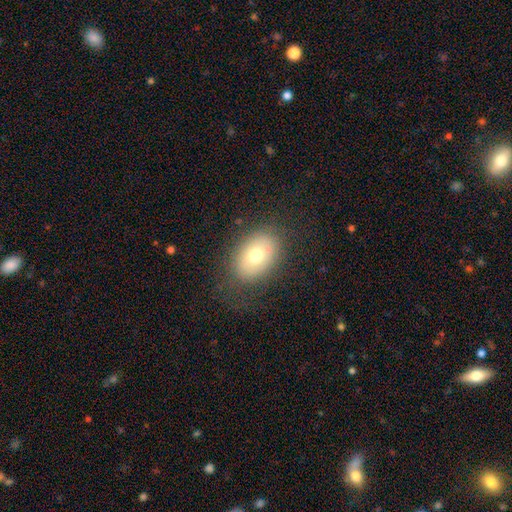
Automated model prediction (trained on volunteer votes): Smooth or featured?
  - smooth: 71% *
  - featured or disk: 20%
  - star or artifact: 9%
How rounded?
  - in between: 79% *
  - round: 20%
  - cigar-shaped: 1%
Merging?
  - none: 79% *
  - minor disturbance: 14%
  - major disturbance: 6%
  - merger: 1%